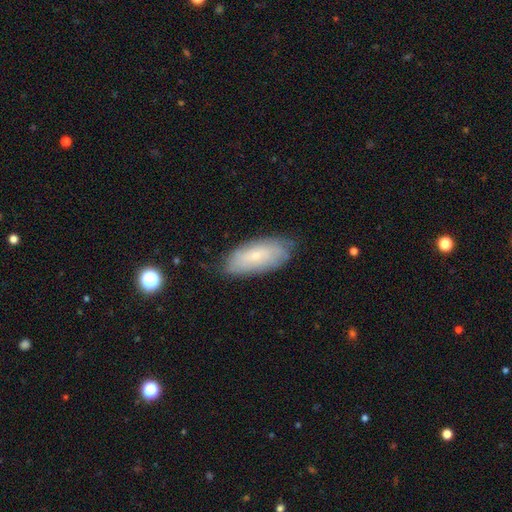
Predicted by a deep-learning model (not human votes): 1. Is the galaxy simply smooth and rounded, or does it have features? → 55% smooth, 37% featured or disk, 8% star or artifact.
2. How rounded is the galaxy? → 86% in between, 11% cigar-shaped, 3% round.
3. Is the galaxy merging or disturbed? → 76% none, 18% minor disturbance, 4% major disturbance, 1% merger.